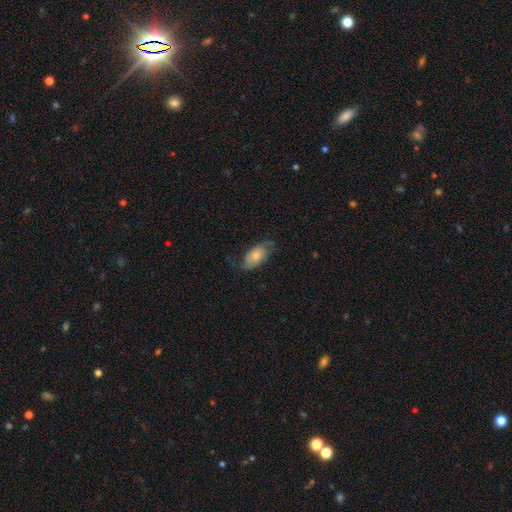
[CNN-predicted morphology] type=smooth (61%); roundness=in between (91%); merging=none (58%).